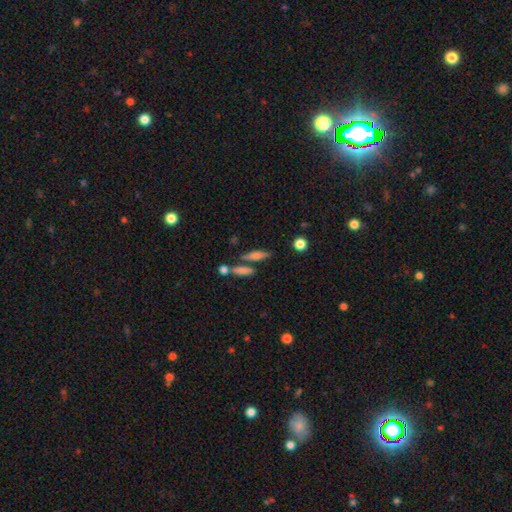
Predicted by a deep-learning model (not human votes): Overall: smooth (59%; featured or disk 32%). How rounded: cigar-shaped (72%). Merging: none (69%).